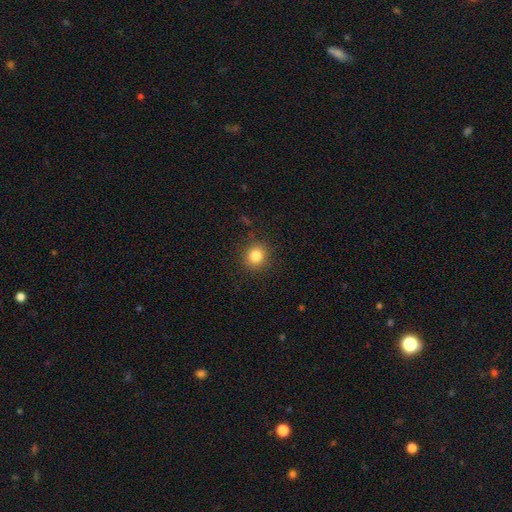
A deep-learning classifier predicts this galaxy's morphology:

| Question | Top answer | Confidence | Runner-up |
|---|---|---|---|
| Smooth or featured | smooth | 82% | star or artifact (12%) |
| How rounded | round | 87% | in between (12%) |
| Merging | none | 89% | minor disturbance (7%) |